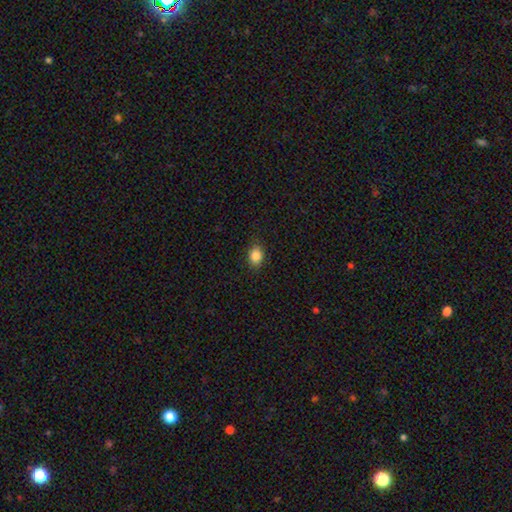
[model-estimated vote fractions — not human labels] Smooth or featured? smooth (85%)
How rounded? in between (66%)
Merging? none (86%)